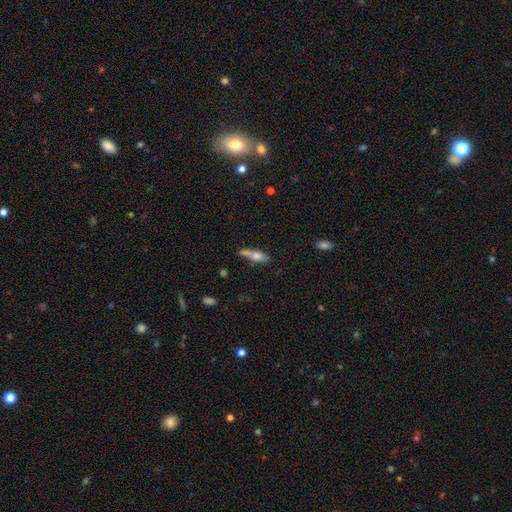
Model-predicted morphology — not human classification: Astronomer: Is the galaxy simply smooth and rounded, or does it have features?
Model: smooth — 67%.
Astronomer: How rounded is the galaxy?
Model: in between — 55% (runner-up: cigar-shaped, 42%).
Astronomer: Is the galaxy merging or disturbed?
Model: none — 43% (runner-up: merger, 28%).